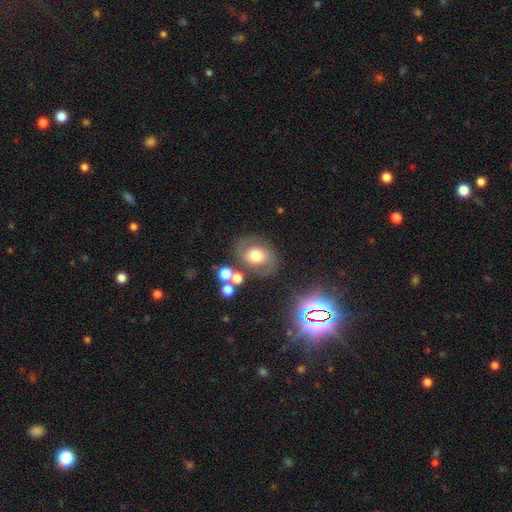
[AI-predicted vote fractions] The model was most divided on "smooth or featured": featured or disk: 51%, smooth: 38%, star or artifact: 12%. More confident: edge-on disk — no (96%); merging — none (72%).